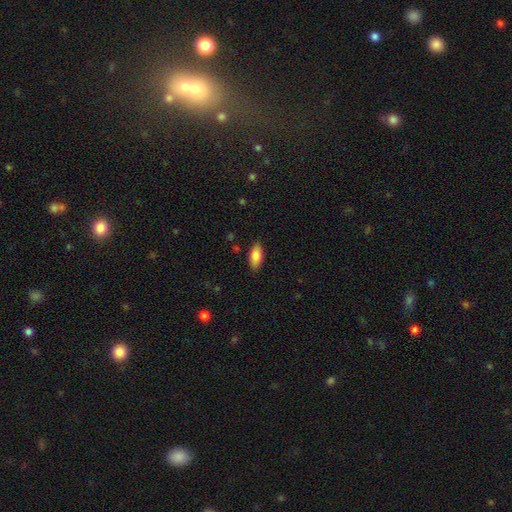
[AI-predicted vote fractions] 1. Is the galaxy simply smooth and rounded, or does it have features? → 85% smooth, 9% featured or disk, 7% star or artifact.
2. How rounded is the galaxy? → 87% in between, 10% cigar-shaped, 2% round.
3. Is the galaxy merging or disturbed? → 86% none, 11% minor disturbance, 2% major disturbance, 1% merger.